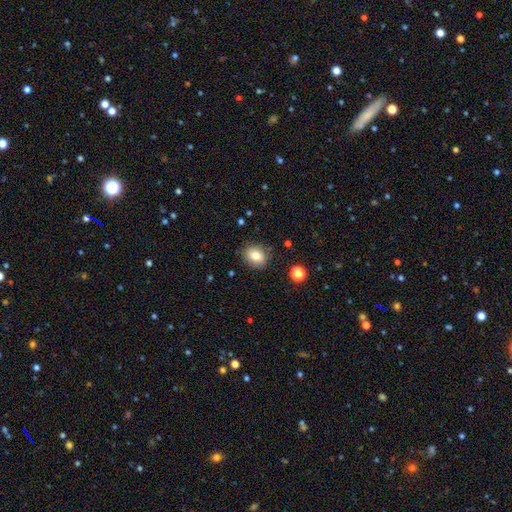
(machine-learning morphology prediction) A smooth galaxy with no disk features (81%) that is in between round and cigar-shaped (54%).

Vote fractions:
- Smooth or featured? smooth: 81% / star or artifact: 10% / featured or disk: 9%
- How rounded? in between: 54% / round: 45% / cigar-shaped: 1%
- Merging? none: 82% / minor disturbance: 13% / major disturbance: 3% / merger: 2%